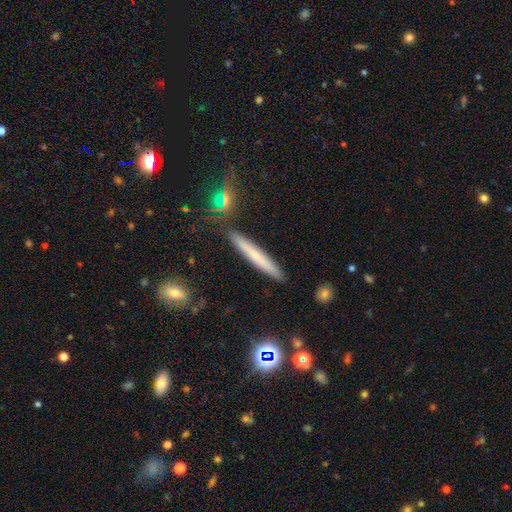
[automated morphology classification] Smooth or featured?
  - smooth: 58% *
  - featured or disk: 33%
  - star or artifact: 9%
How rounded?
  - cigar-shaped: 95% *
  - in between: 4%
  - round: 2%
Merging?
  - none: 87% *
  - minor disturbance: 8%
  - merger: 3%
  - major disturbance: 2%